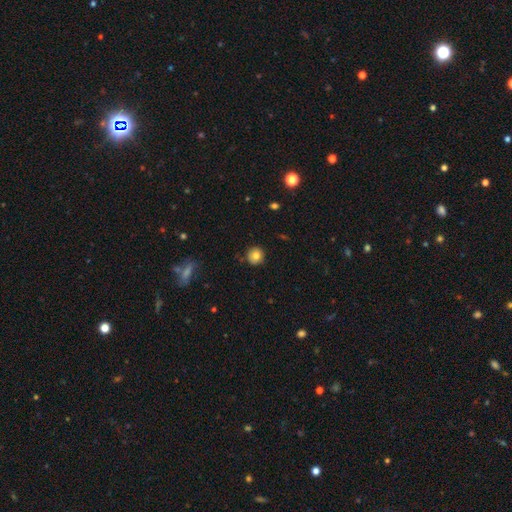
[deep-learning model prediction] This appears to be a smooth galaxy with no disk features (79%) that is round (92%). Merging: none (87%).